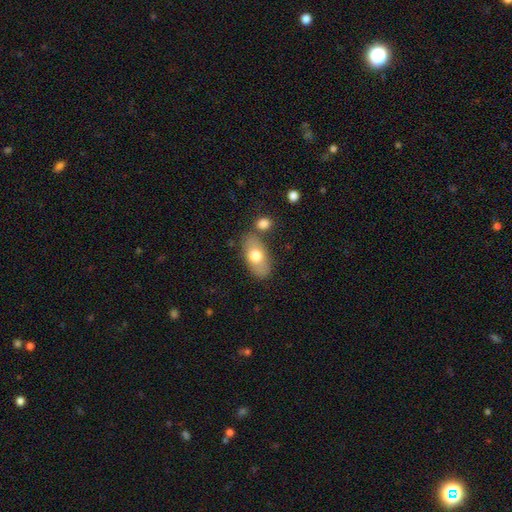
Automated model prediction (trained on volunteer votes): smooth_or_featured: smooth (p=0.71) [alt: featured or disk p=0.23]
how_rounded: in between (p=0.90) [alt: round p=0.05]
merging: none (p=0.72) [alt: minor disturbance p=0.14]